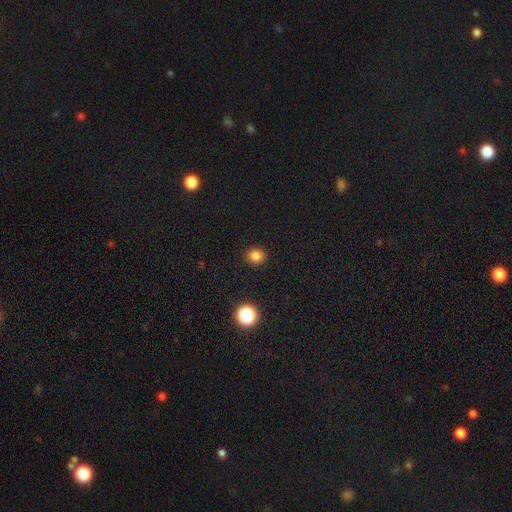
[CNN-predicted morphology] smooth 82%, star or artifact 14%, featured or disk 4%. Down the decision tree: how rounded — round (84%); merging — none (91%).